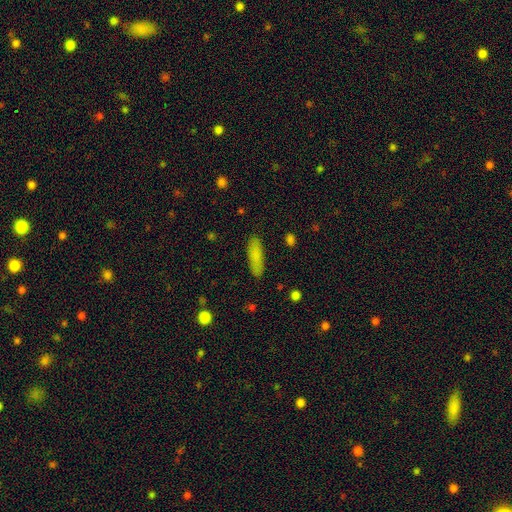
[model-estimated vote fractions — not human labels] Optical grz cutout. It shows a smooth galaxy with no disk features (84%) that is cigar-shaped (51%). Merging: none (87%).